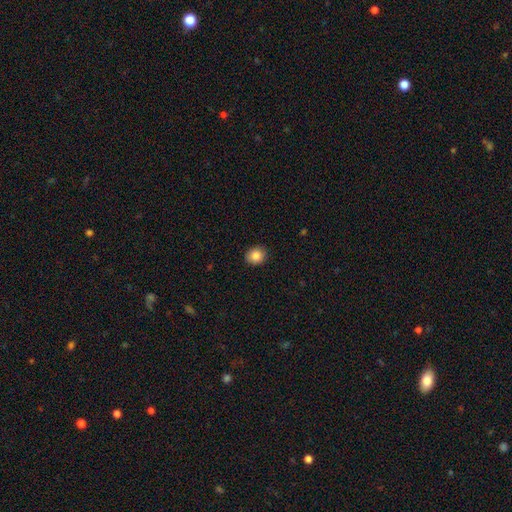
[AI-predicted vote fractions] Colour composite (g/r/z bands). It shows a smooth galaxy with no disk features (86%) that is round (73%). Merging: none (90%).